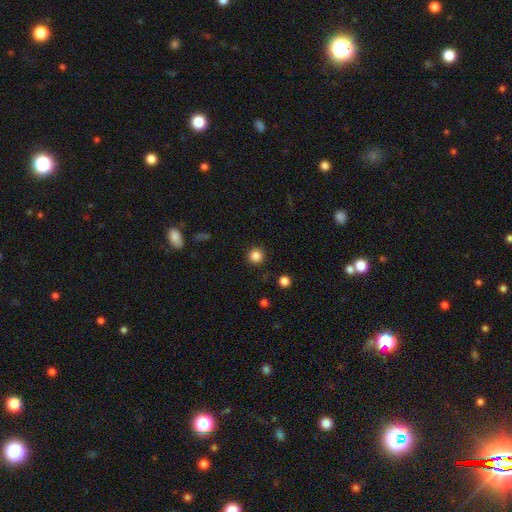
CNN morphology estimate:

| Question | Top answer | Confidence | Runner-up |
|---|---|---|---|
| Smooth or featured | smooth | 85% | star or artifact (12%) |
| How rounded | round | 95% | in between (4%) |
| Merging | none | 91% | minor disturbance (5%) |